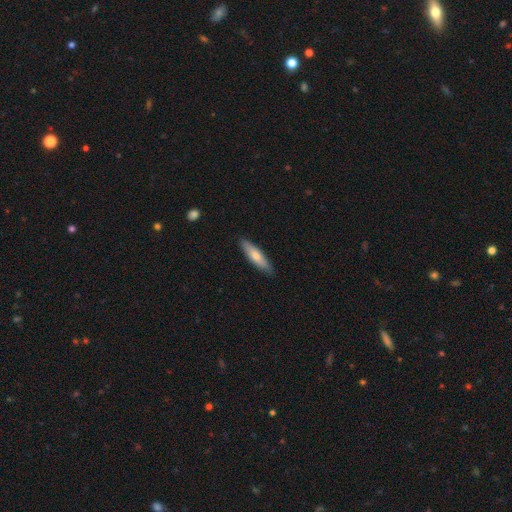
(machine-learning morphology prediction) Smooth or featured?
  - smooth: 70% *
  - featured or disk: 25%
  - star or artifact: 5%
How rounded?
  - cigar-shaped: 68% *
  - in between: 30%
  - round: 2%
Merging?
  - none: 87% *
  - minor disturbance: 10%
  - major disturbance: 2%
  - merger: 1%